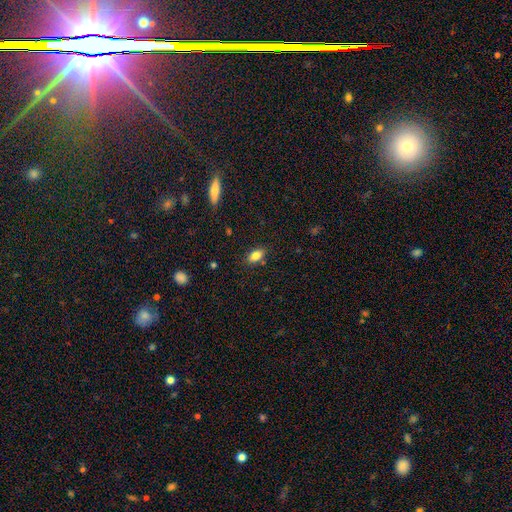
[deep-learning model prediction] This appears to be a smooth galaxy with no disk features (81%) that is in between round and cigar-shaped (86%). Merging: none (83%).